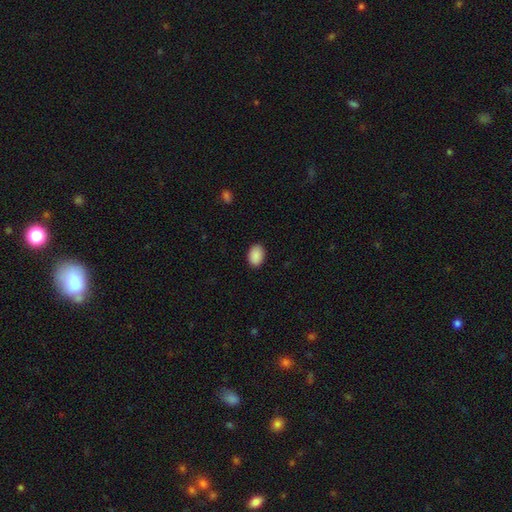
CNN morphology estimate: smooth-or-featured: smooth: 91% | star or artifact: 7% | featured or disk: 2%
  how-rounded: in between: 82% | round: 17% | cigar-shaped: 1%
  merging: none: 89% | minor disturbance: 8% | major disturbance: 2% | merger: 1%